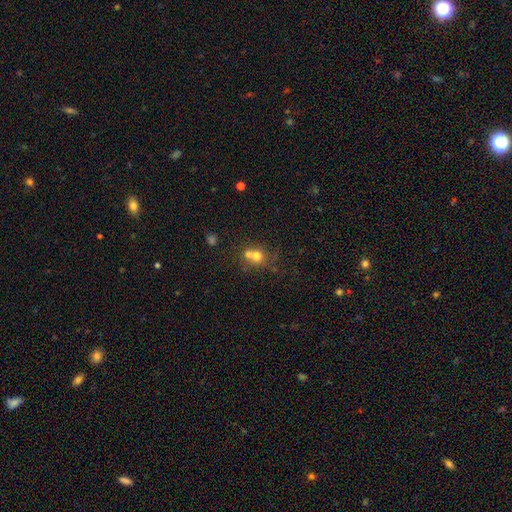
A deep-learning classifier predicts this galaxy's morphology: A smooth galaxy with no disk features (69%) that is round (80%).

Vote fractions:
- Smooth or featured? smooth: 69% / featured or disk: 17% / star or artifact: 15%
- How rounded? round: 80% / in between: 19% / cigar-shaped: 1%
- Merging? merger: 53% / none: 35% / minor disturbance: 8% / major disturbance: 4%